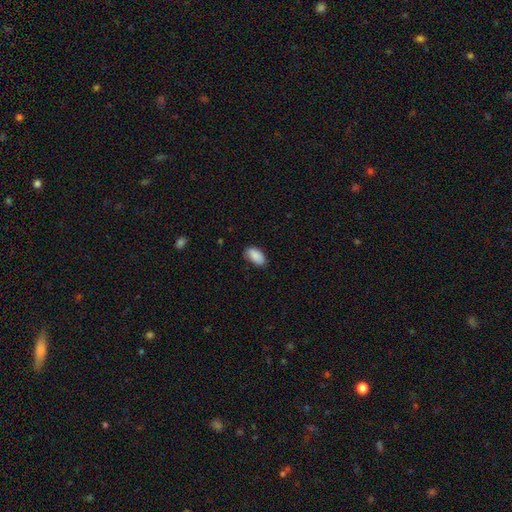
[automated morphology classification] Smooth or featured? Predicted: smooth (p=0.89). How rounded? Predicted: in between (p=0.94). Merging? Predicted: none (p=0.79).